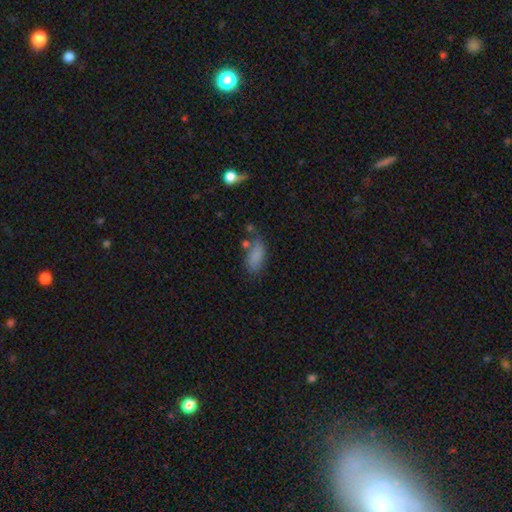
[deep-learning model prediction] Smooth or featured?
  - smooth: 81% *
  - star or artifact: 10%
  - featured or disk: 9%
How rounded?
  - in between: 88% *
  - cigar-shaped: 8%
  - round: 4%
Merging?
  - none: 50% *
  - minor disturbance: 26%
  - merger: 12%
  - major disturbance: 12%